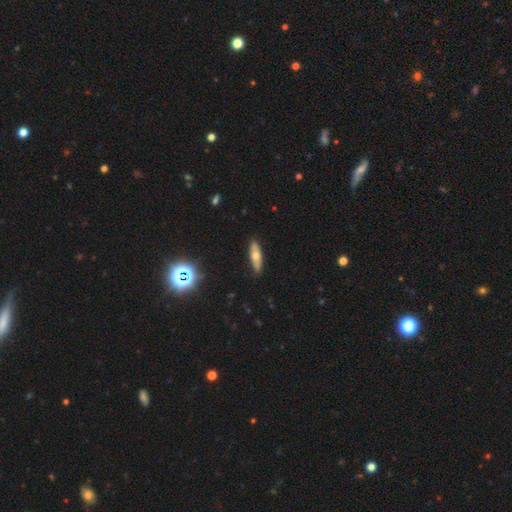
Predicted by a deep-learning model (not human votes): Overall: smooth (57%; featured or disk 34%). How rounded: cigar-shaped (53%; in between 44%). Merging: none (86%).